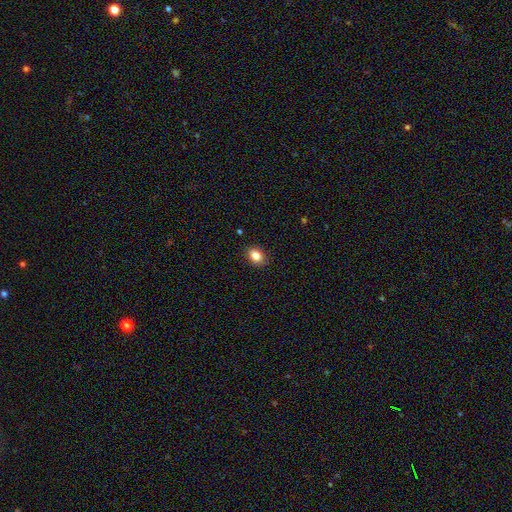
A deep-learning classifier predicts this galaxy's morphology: A smooth galaxy with no disk features (84%) that is in between round and cigar-shaped (64%).

Vote fractions:
- Smooth or featured? smooth: 84% / star or artifact: 10% / featured or disk: 6%
- How rounded? in between: 64% / round: 35% / cigar-shaped: 1%
- Merging? none: 89% / minor disturbance: 8% / major disturbance: 2% / merger: 1%